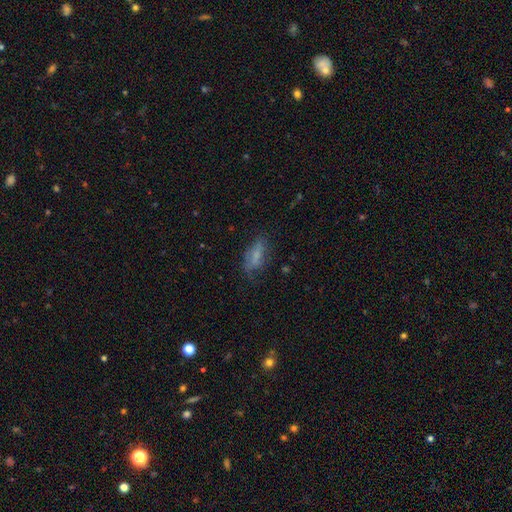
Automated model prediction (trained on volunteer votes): smooth-or-featured: smooth: 64% | featured or disk: 26% | star or artifact: 11%
  how-rounded: in between: 70% | cigar-shaped: 27% | round: 4%
  merging: none: 60% | minor disturbance: 26% | major disturbance: 12% | merger: 2%